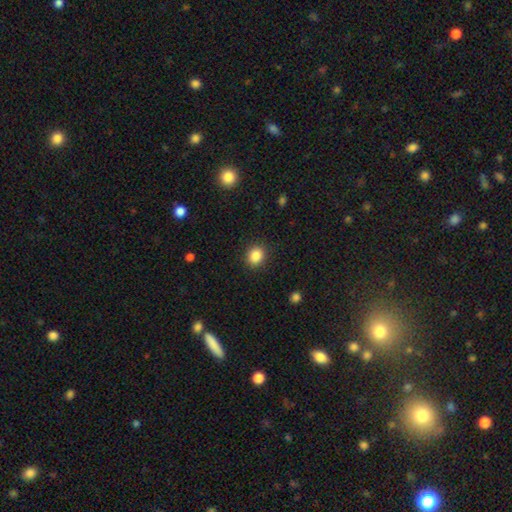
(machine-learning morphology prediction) A smooth galaxy with no disk features (86%) that is round (75%). Merging: none (90%).